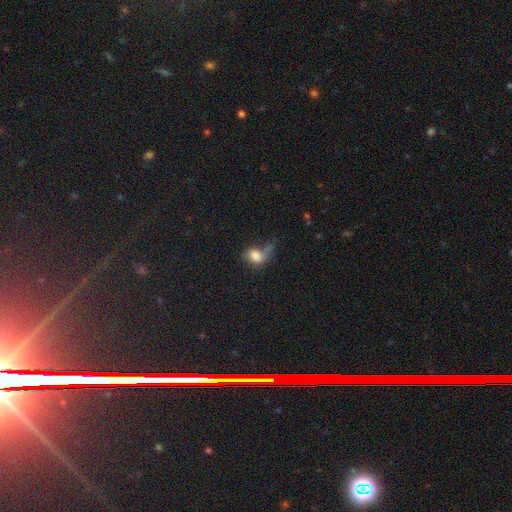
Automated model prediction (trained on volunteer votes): Q: Smooth or featured?
A: smooth (70%); runner-up: featured or disk (18%)
Q: How rounded?
A: in between (67%); runner-up: round (32%)
Q: Merging?
A: major disturbance (34%); runner-up: none (27%)